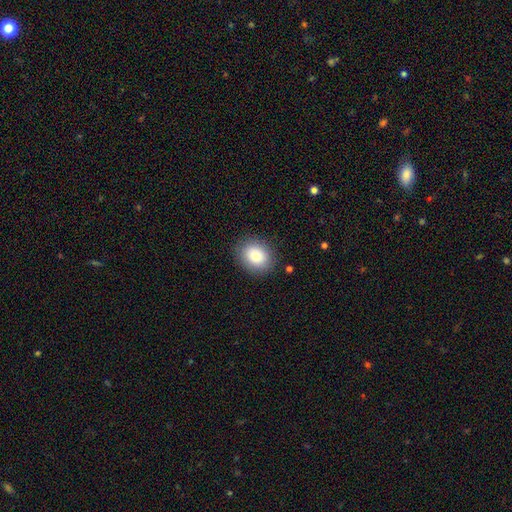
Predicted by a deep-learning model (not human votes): A smooth galaxy with no disk features (81%) that is round (60%).

Vote fractions:
- Smooth or featured? smooth: 81% / featured or disk: 10% / star or artifact: 9%
- How rounded? round: 60% / in between: 39% / cigar-shaped: 1%
- Merging? none: 87% / minor disturbance: 9% / major disturbance: 3% / merger: 1%